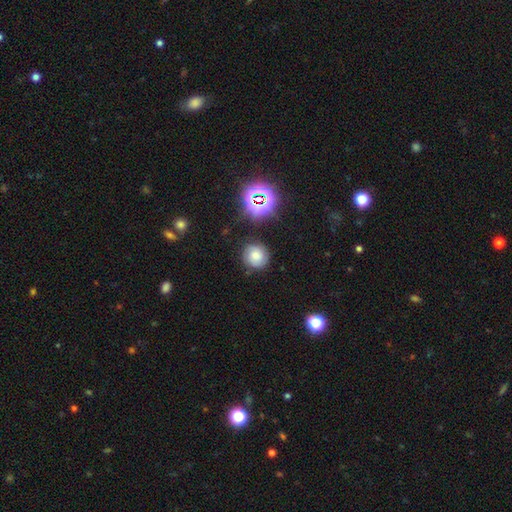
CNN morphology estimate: A smooth galaxy with no disk features (56%) that is round (88%). Merging: none (81%).